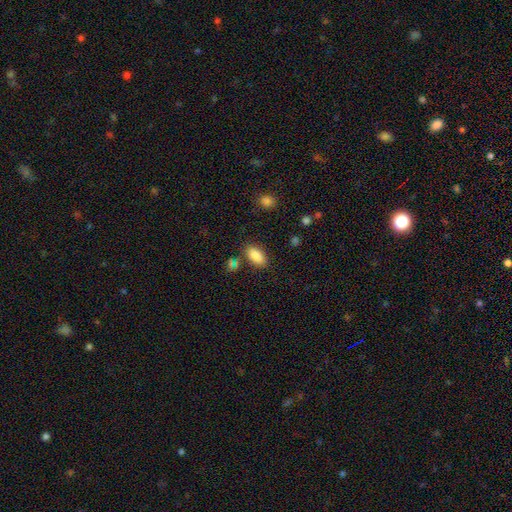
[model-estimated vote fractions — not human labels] Q: Smooth or featured?
A: smooth (87%); runner-up: star or artifact (9%)
Q: How rounded?
A: in between (91%); runner-up: cigar-shaped (5%)
Q: Merging?
A: none (82%); runner-up: minor disturbance (11%)